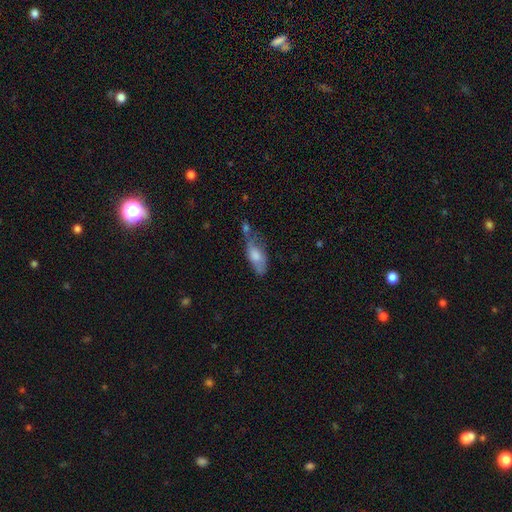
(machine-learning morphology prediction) This is likely a smooth galaxy (67%). How rounded: clearly in between (82%). Merging: marginally none (34%).